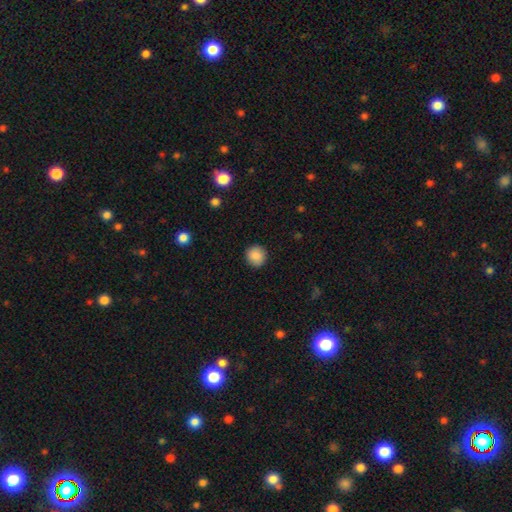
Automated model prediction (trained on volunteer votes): This appears to be a smooth galaxy with no disk features (88%) that is round (91%). Merging: none (91%).